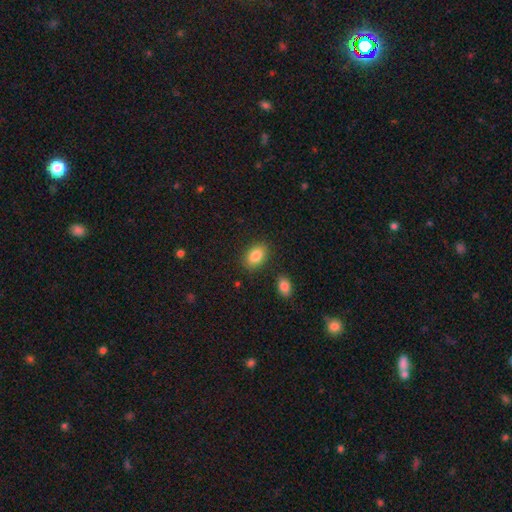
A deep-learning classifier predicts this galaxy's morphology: Smooth or featured?
  - smooth: 86% *
  - star or artifact: 8%
  - featured or disk: 7%
How rounded?
  - in between: 84% *
  - round: 14%
  - cigar-shaped: 1%
Merging?
  - none: 84% *
  - minor disturbance: 10%
  - merger: 3%
  - major disturbance: 3%